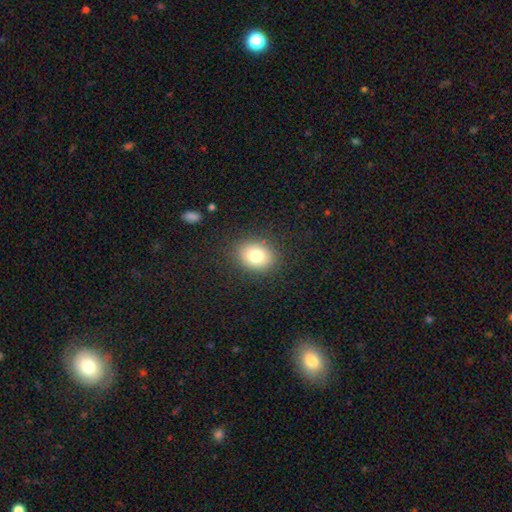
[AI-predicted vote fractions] A smooth galaxy with no disk features (78%) that is in between round and cigar-shaped (53%).

Vote fractions:
- Smooth or featured? smooth: 78% / star or artifact: 11% / featured or disk: 11%
- How rounded? in between: 53% / round: 46% / cigar-shaped: 1%
- Merging? none: 87% / minor disturbance: 8% / major disturbance: 3% / merger: 1%